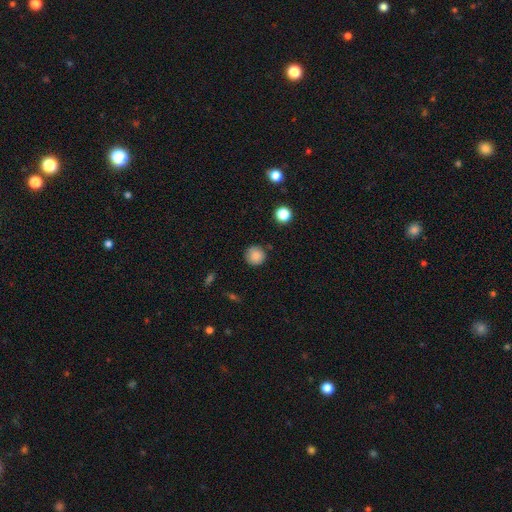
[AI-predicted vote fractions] The model was most divided on "merging": none: 84%, minor disturbance: 11%, major disturbance: 2%, merger: 2%. More confident: how rounded — round (94%); smooth or featured — smooth (83%).